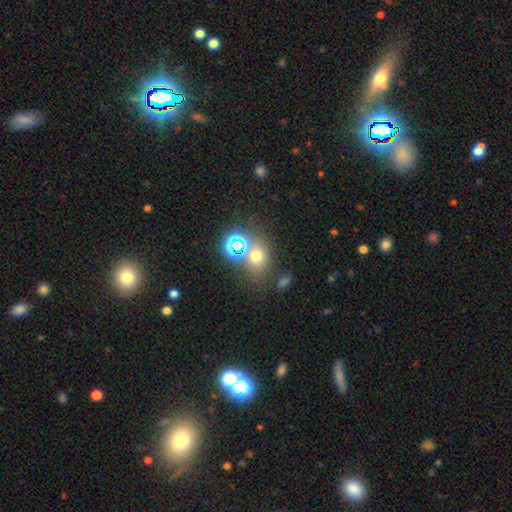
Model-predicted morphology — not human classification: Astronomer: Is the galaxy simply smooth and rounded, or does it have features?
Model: smooth — 59%.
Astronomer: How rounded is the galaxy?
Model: round — 59% (runner-up: in between, 40%).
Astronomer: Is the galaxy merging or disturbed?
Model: none — 59%.